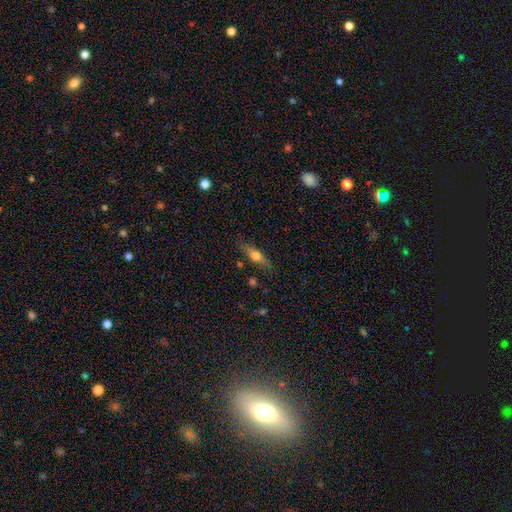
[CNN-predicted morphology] Smooth or featured: smooth — 52% (featured or disk — 41%)
How rounded: cigar-shaped — 57% (in between — 38%)
Merging: none — 77% (minor disturbance — 16%)